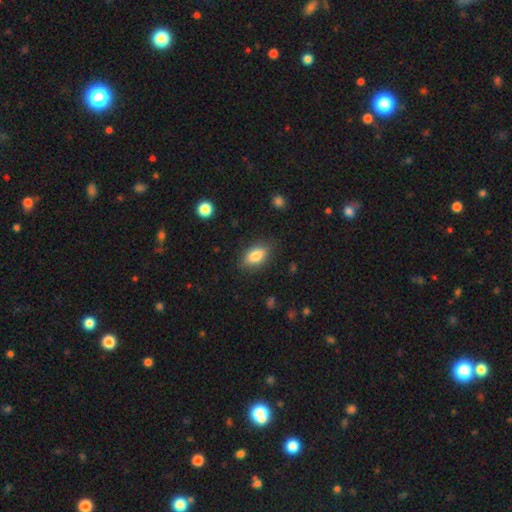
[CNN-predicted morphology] smooth 81%, featured or disk 12%, star or artifact 8%. Down the decision tree: how rounded — in between (87%); merging — none (83%).